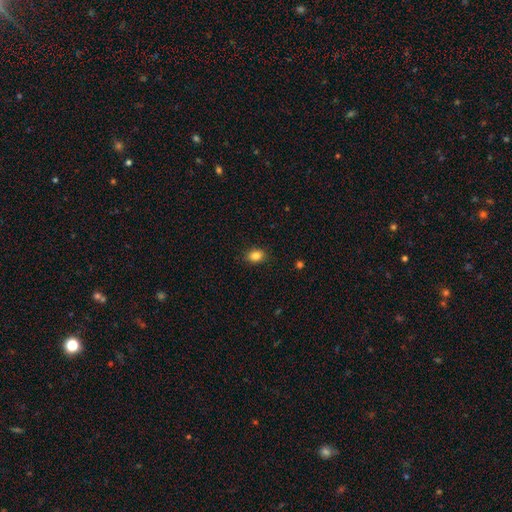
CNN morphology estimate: Q: Smooth or featured?
A: smooth (85%); runner-up: star or artifact (10%)
Q: How rounded?
A: in between (60%); runner-up: round (39%)
Q: Merging?
A: none (88%); runner-up: minor disturbance (8%)